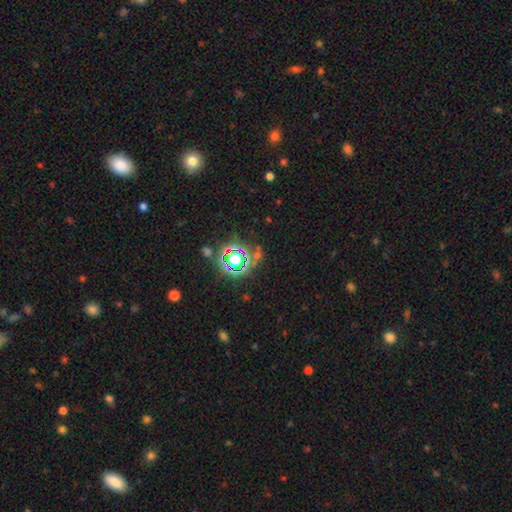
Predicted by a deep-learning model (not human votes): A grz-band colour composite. It shows a star or artifact, not a galaxy (73%).